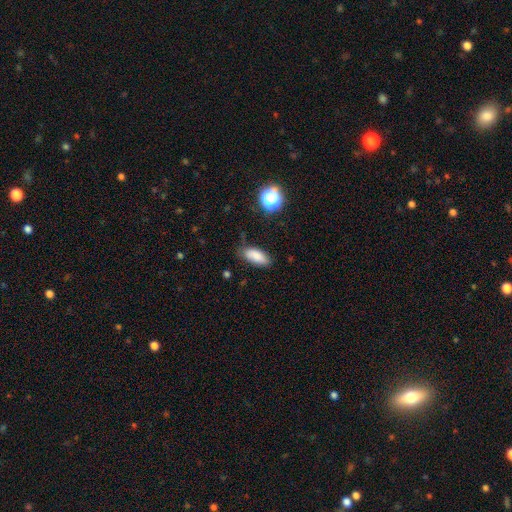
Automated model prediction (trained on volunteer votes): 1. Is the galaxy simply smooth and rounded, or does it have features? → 84% smooth, 9% star or artifact, 7% featured or disk.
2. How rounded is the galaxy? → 84% in between, 13% cigar-shaped, 3% round.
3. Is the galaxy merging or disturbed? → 74% none, 20% minor disturbance, 4% major disturbance, 2% merger.